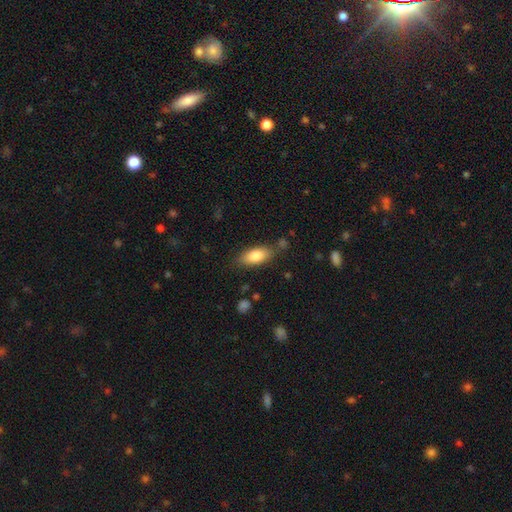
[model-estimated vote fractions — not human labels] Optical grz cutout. It shows a smooth galaxy with no disk features (81%) that is in between round and cigar-shaped (81%). Merging: none (76%).